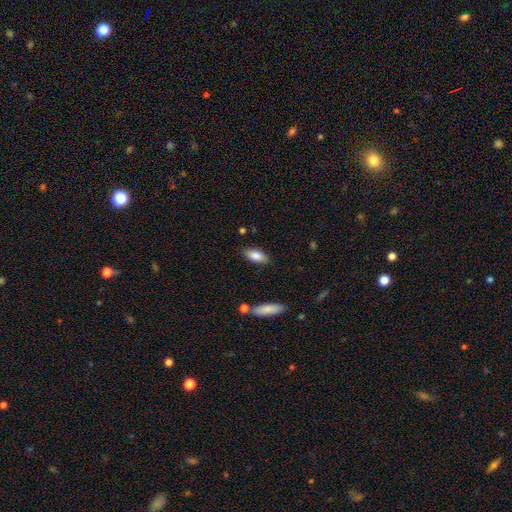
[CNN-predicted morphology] Smooth or featured: smooth — 85% (featured or disk — 8%)
How rounded: in between — 86% (cigar-shaped — 11%)
Merging: none — 83% (minor disturbance — 12%)